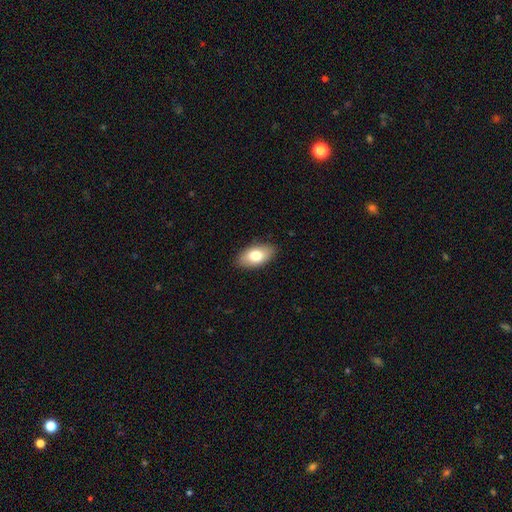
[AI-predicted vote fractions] The model was most divided on "smooth or featured": smooth: 78%, featured or disk: 15%, star or artifact: 6%. More confident: how rounded — in between (93%); merging — none (87%).